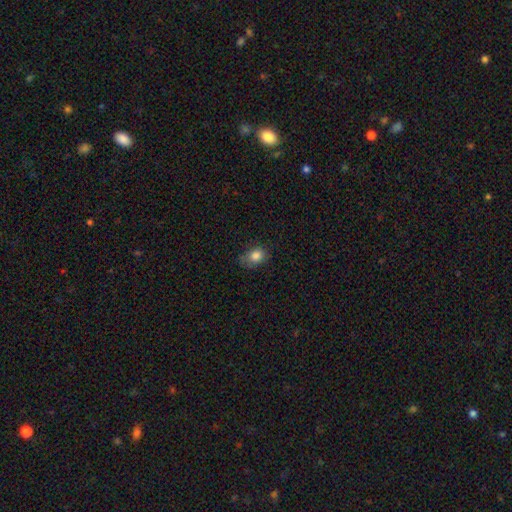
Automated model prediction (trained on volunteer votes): Smooth or featured? Predicted: smooth (p=0.83). How rounded? Predicted: in between (p=0.62). Merging? Predicted: none (p=0.62).